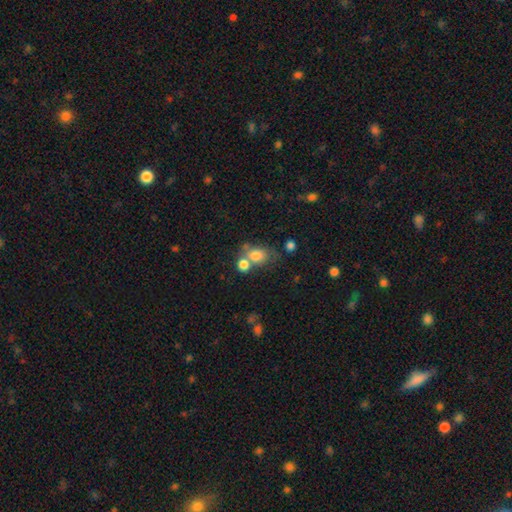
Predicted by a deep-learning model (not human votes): Overall: smooth (77%). How rounded: in between (51%; round 48%). Merging: none (42%; merger 38%).